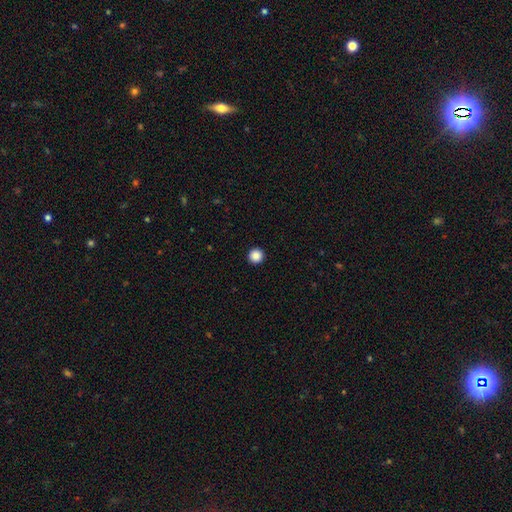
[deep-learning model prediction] Q: Smooth or featured?
A: smooth (88%); runner-up: star or artifact (10%)
Q: How rounded?
A: round (96%); runner-up: in between (3%)
Q: Merging?
A: none (94%); runner-up: minor disturbance (3%)